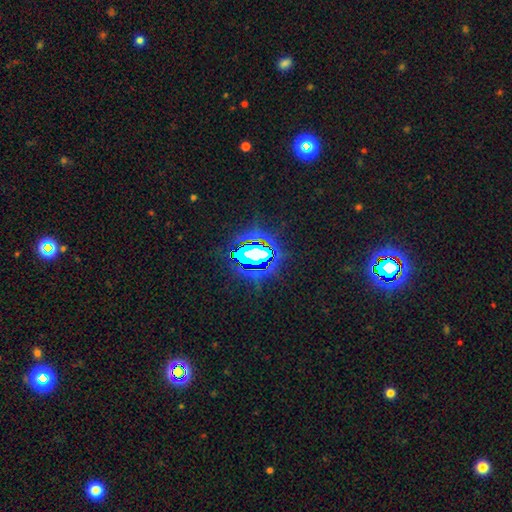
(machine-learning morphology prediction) Smooth or featured?
  - star or artifact: 68% *
  - featured or disk: 17%
  - smooth: 15%